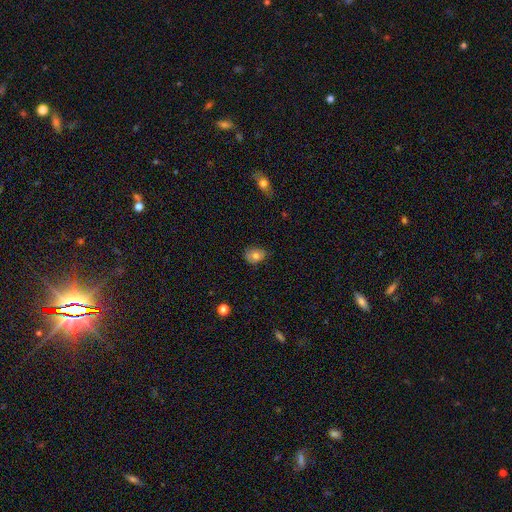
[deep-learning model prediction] smooth 73%, featured or disk 17%, star or artifact 10%. Down the decision tree: how rounded — in between (53%); merging — none (68%).